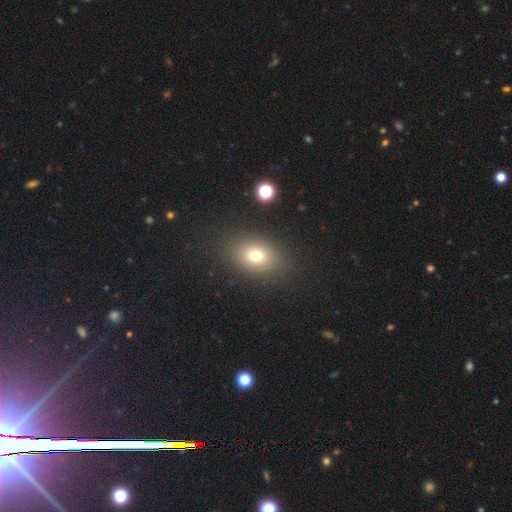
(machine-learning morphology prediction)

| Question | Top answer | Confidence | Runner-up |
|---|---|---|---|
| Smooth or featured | smooth | 74% | star or artifact (15%) |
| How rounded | in between | 65% | round (33%) |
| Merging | none | 85% | minor disturbance (9%) |